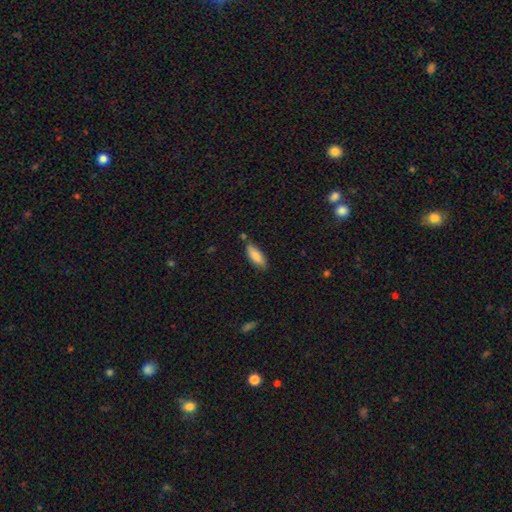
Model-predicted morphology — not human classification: This appears to be a smooth galaxy with no disk features (83%) that is in between round and cigar-shaped (67%). Merging: none (74%).